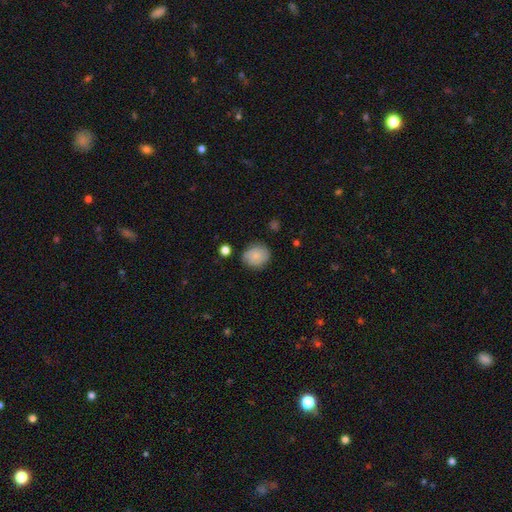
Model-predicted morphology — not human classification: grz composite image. It shows a smooth galaxy with no disk features (80%) that is round (74%). Merging: none (78%).